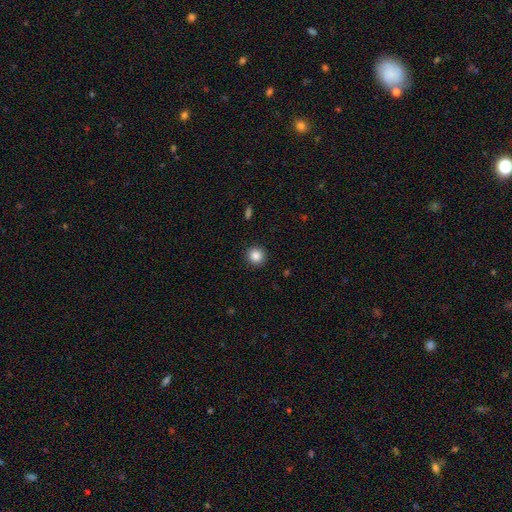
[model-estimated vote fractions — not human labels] Morphology: type=smooth (86%); roundness=round (94%); merging=none (92%).